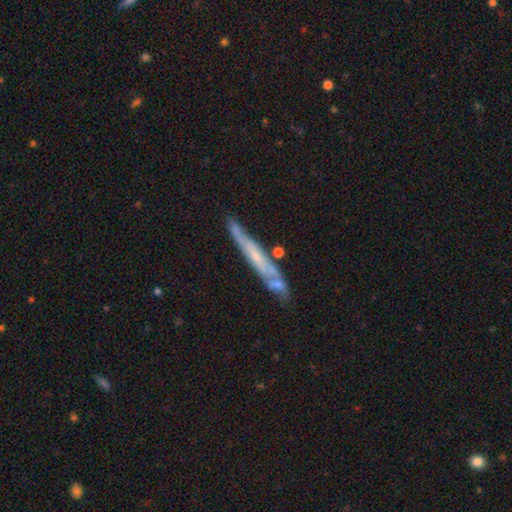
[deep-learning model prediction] A featured or disk galaxy (63%) viewed edge-on (78%). Merging: none (63%).